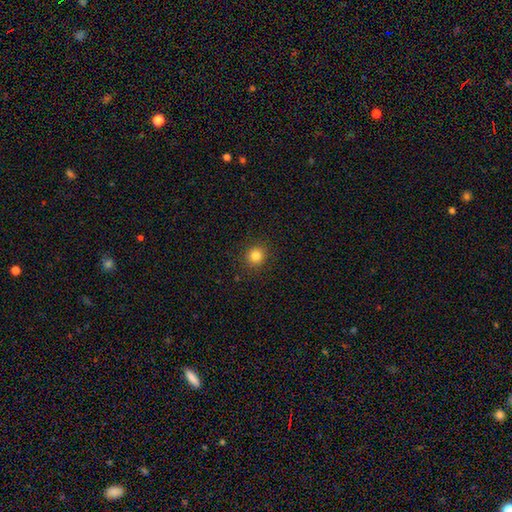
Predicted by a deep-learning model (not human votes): smooth-or-featured: smooth: 82% | star or artifact: 13% | featured or disk: 5%
  how-rounded: round: 91% | in between: 8% | cigar-shaped: 1%
  merging: none: 91% | minor disturbance: 6% | major disturbance: 2% | merger: 1%